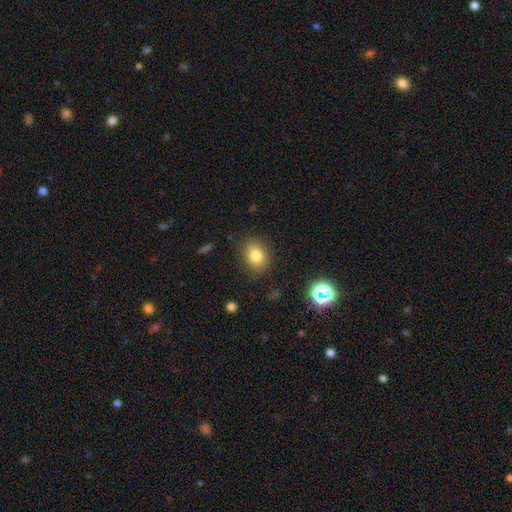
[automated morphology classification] This appears to be a smooth galaxy with no disk features (80%) that is in between round and cigar-shaped (62%). Merging: none (83%).